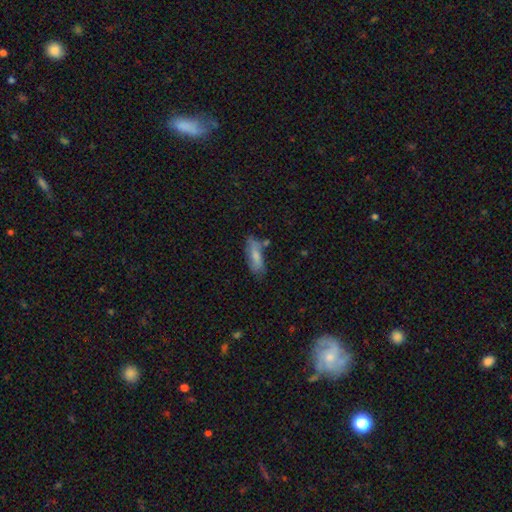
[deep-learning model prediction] The model was most divided on "how rounded": in between: 56%, cigar-shaped: 42%, round: 2%. More confident: smooth or featured — smooth (71%); merging — none (58%).